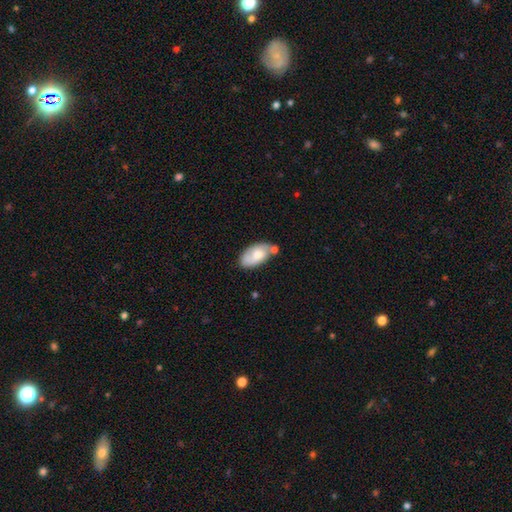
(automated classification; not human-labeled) Morphology: type=smooth (60%); roundness=in between (94%); merging=none (54%).